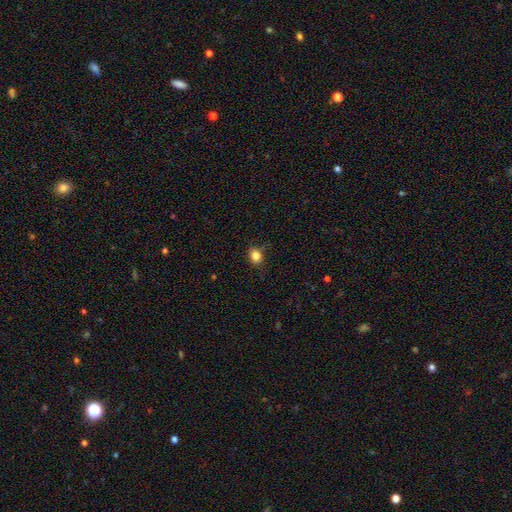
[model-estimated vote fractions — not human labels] Smooth or featured: smooth — 83% (star or artifact — 12%)
How rounded: round — 59% (in between — 40%)
Merging: none — 78% (minor disturbance — 17%)